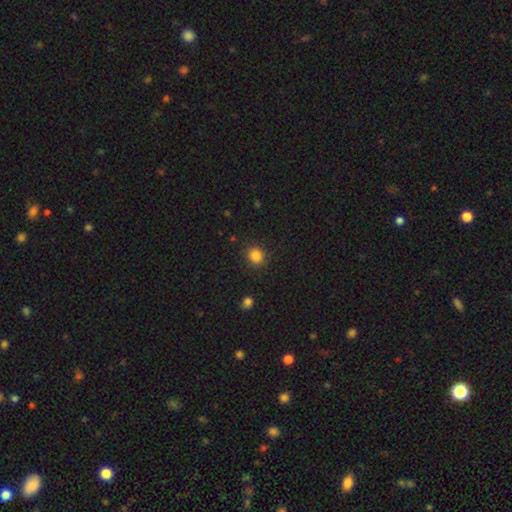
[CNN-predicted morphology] Smooth or featured? smooth (85%)
How rounded? round (84%)
Merging? none (88%)